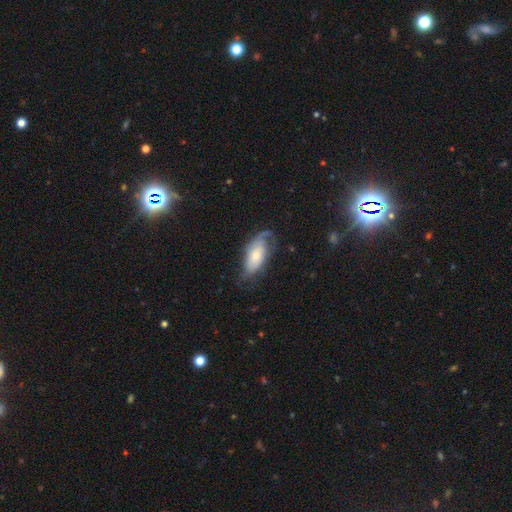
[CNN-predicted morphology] smooth_or_featured: featured or disk (p=0.52) [alt: smooth p=0.42]
disk_edge_on: no (p=0.91) [alt: yes p=0.09]
merging: none (p=0.51) [alt: minor disturbance p=0.28]